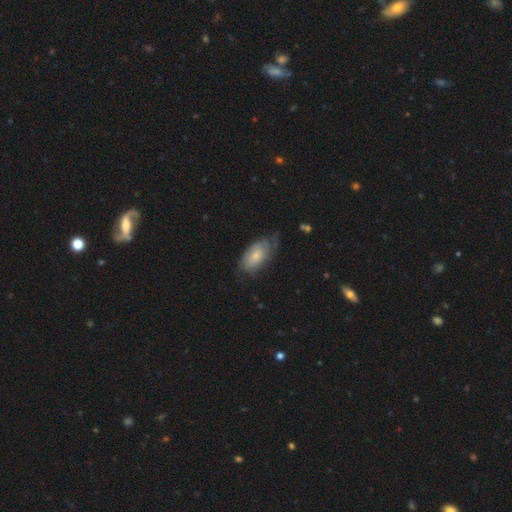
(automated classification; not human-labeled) The model was most divided on "merging": none: 48%, minor disturbance: 36%, major disturbance: 15%, merger: 2%. More confident: how rounded — in between (92%); smooth or featured — smooth (63%).